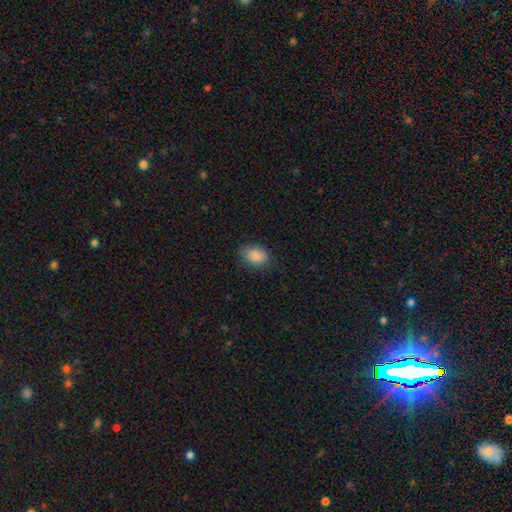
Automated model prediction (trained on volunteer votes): A smooth galaxy with no disk features (88%) that is in between round and cigar-shaped (80%). Merging: none (81%).